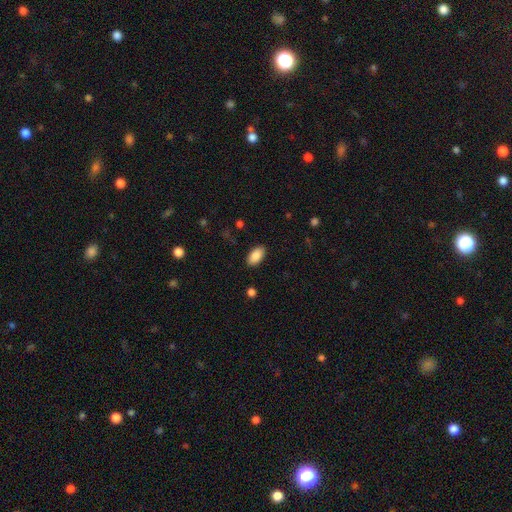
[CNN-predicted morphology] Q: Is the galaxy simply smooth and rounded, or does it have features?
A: smooth — 89%.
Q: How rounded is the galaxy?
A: in between — 95%.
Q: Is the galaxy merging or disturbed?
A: none — 88%.